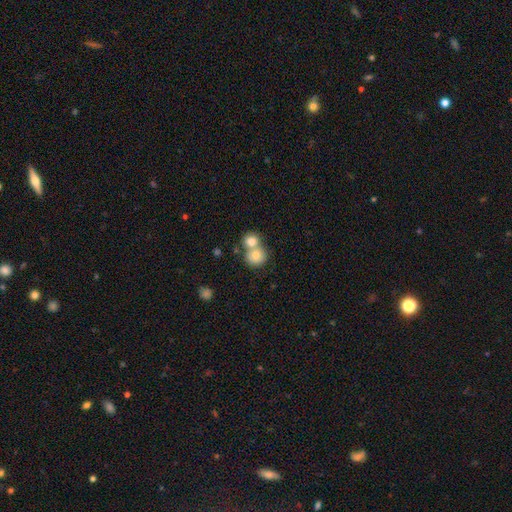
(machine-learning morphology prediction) smooth 79%, featured or disk 11%, star or artifact 9%. Down the decision tree: how rounded — round (82%); merging — merger (56%).